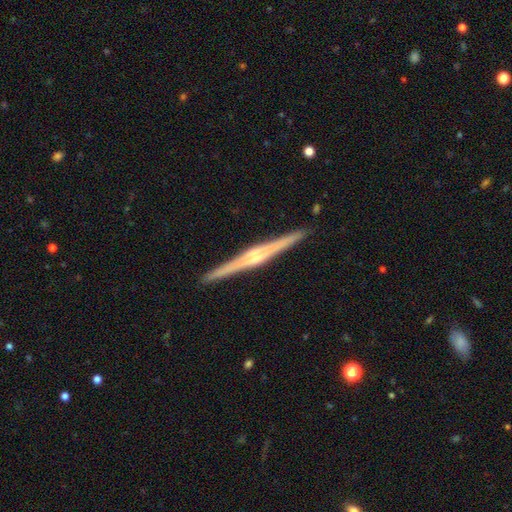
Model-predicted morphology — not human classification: smooth-or-featured: featured or disk: 82% | smooth: 13% | star or artifact: 5%
  disk-edge-on: yes: 99% | no: 1%
    edge-on-bulge: rounded: 68% | boxy: 21% | none: 11%
  merging: none: 92% | minor disturbance: 6% | major disturbance: 1% | merger: 1%